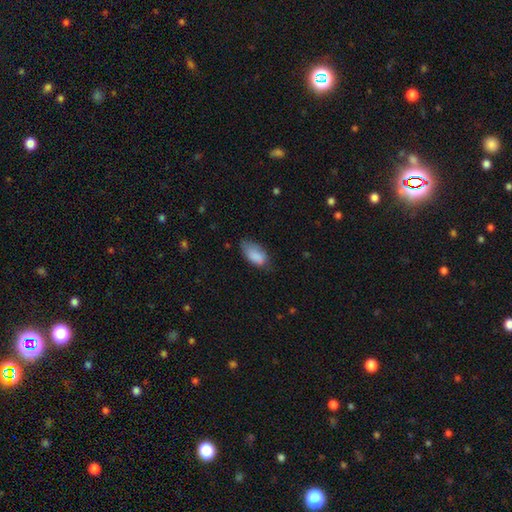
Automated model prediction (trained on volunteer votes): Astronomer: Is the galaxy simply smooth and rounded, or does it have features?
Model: smooth — 86%.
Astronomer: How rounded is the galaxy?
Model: in between — 93%.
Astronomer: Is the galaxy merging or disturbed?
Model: none — 50% (runner-up: minor disturbance, 38%).